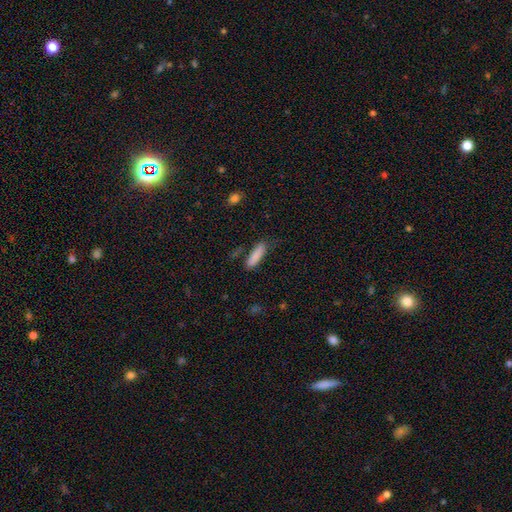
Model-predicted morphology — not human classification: Smooth or featured? Predicted: smooth (p=0.86). How rounded? Predicted: cigar-shaped (p=0.63). Merging? Predicted: none (p=0.76).